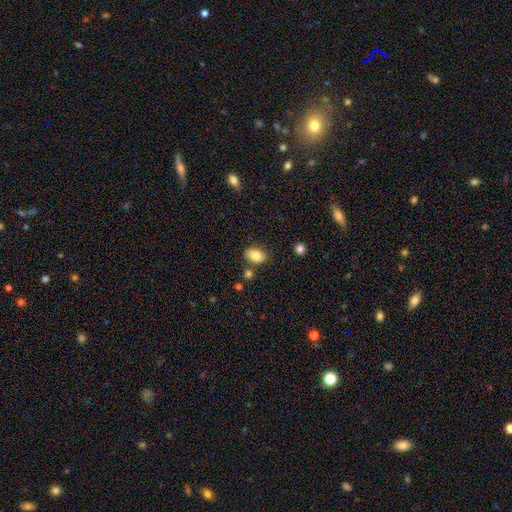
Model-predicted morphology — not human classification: Q: Smooth or featured?
A: smooth (85%); runner-up: star or artifact (8%)
Q: How rounded?
A: in between (85%); runner-up: round (14%)
Q: Merging?
A: none (74%); runner-up: minor disturbance (16%)